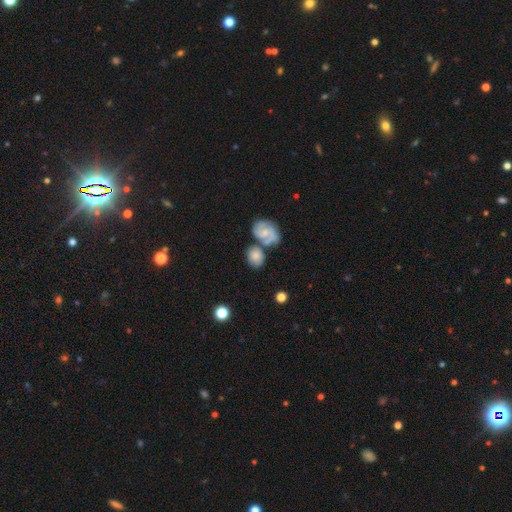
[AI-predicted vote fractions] Q: Smooth or featured?
A: smooth (58%); runner-up: featured or disk (34%)
Q: How rounded?
A: round (53%); runner-up: in between (45%)
Q: Merging?
A: none (45%); runner-up: merger (35%)